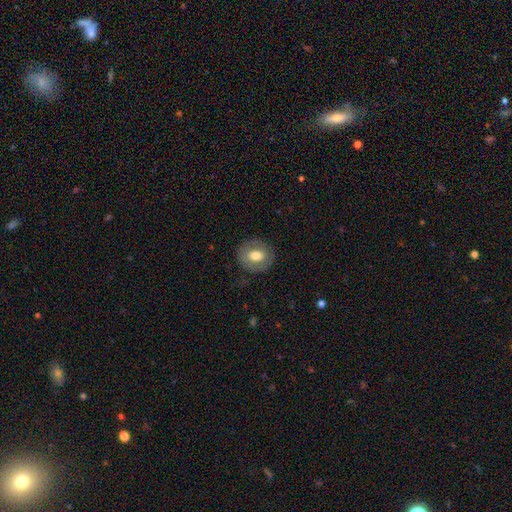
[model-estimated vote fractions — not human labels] This is likely a smooth galaxy (61%). How rounded: likely round (71%). Merging: clearly none (82%).